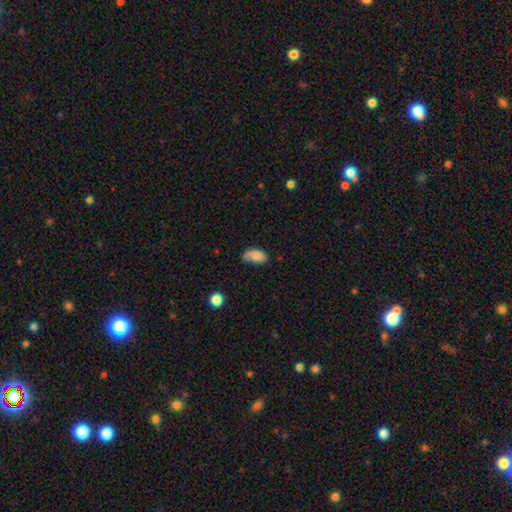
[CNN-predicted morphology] Q: Smooth or featured?
A: smooth (80%); runner-up: featured or disk (12%)
Q: How rounded?
A: in between (92%); runner-up: cigar-shaped (5%)
Q: Merging?
A: none (54%); runner-up: minor disturbance (33%)